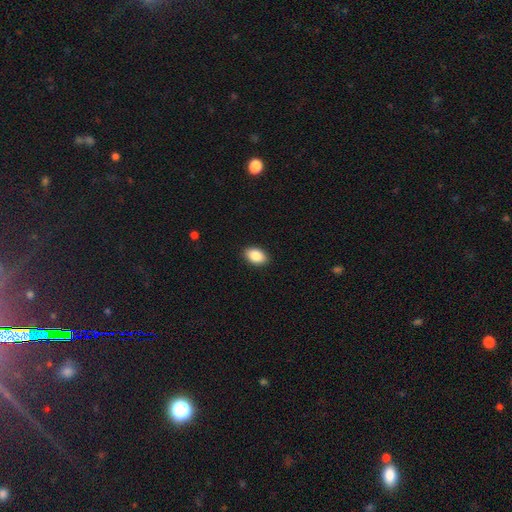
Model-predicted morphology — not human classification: This appears to be a smooth galaxy with no disk features (88%) that is in between round and cigar-shaped (90%). Merging: none (90%).